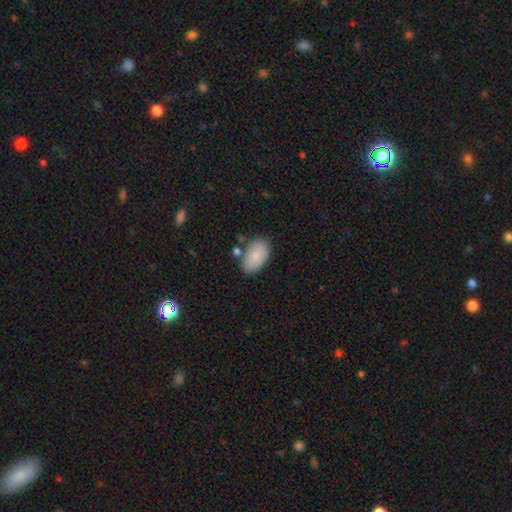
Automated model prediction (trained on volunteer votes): Smooth or featured?
  - smooth: 84% *
  - featured or disk: 9%
  - star or artifact: 6%
How rounded?
  - in between: 94% *
  - round: 5%
  - cigar-shaped: 1%
Merging?
  - none: 74% *
  - minor disturbance: 16%
  - merger: 7%
  - major disturbance: 4%